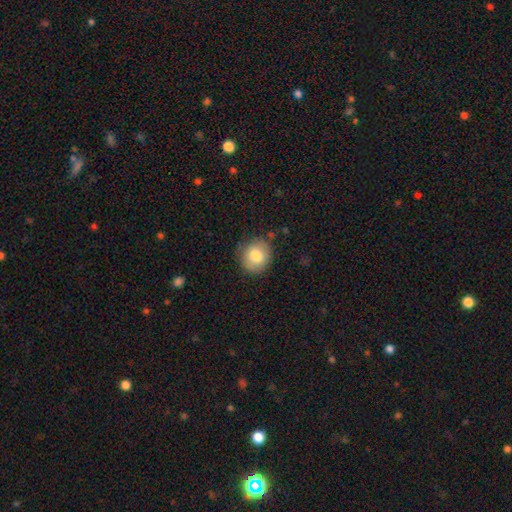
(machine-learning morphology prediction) smooth_or_featured: smooth (p=0.80) [alt: featured or disk p=0.12]
how_rounded: round (p=0.81) [alt: in between p=0.18]
merging: none (p=0.79) [alt: minor disturbance p=0.15]